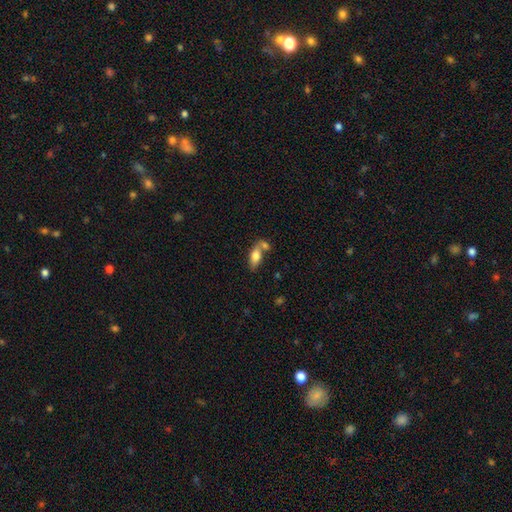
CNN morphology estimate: This appears to be a smooth galaxy with no disk features (72%) that is in between round and cigar-shaped (82%). Merging: none (42%).